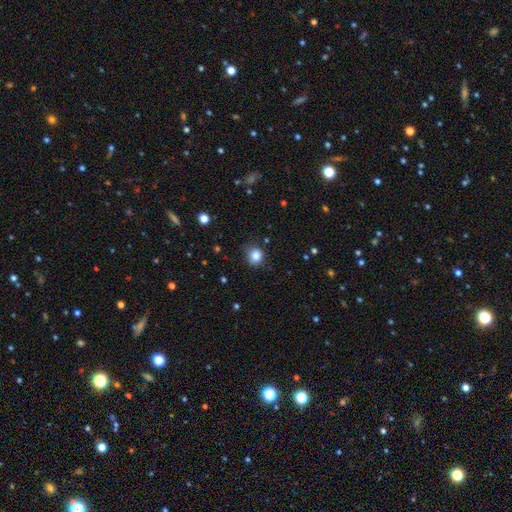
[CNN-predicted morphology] A smooth galaxy with no disk features (84%) that is round (84%).

Vote fractions:
- Smooth or featured? smooth: 84% / star or artifact: 11% / featured or disk: 5%
- How rounded? round: 84% / in between: 15% / cigar-shaped: 1%
- Merging? none: 78% / minor disturbance: 17% / major disturbance: 4% / merger: 2%